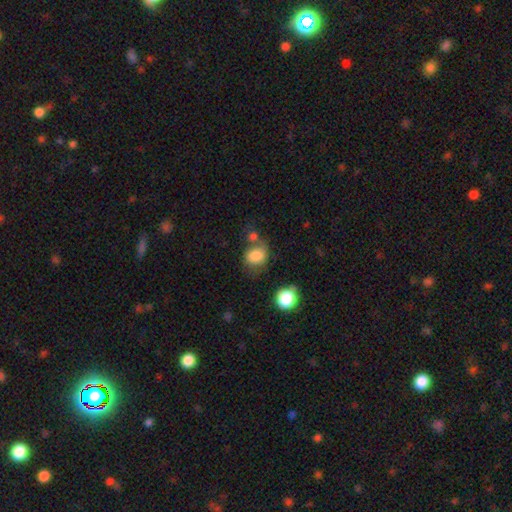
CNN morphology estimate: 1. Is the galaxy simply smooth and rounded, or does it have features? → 80% smooth, 10% star or artifact, 9% featured or disk.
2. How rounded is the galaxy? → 52% round, 47% in between, 1% cigar-shaped.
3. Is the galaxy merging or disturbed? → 48% none, 22% merger, 20% minor disturbance, 11% major disturbance.